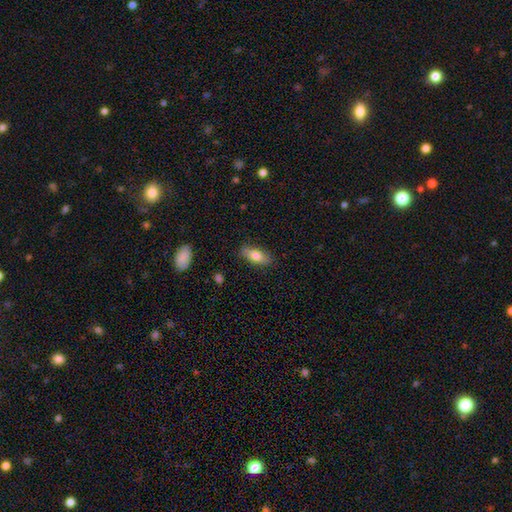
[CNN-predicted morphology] Overall: smooth (75%). How rounded: in between (77%). Merging: none (85%).